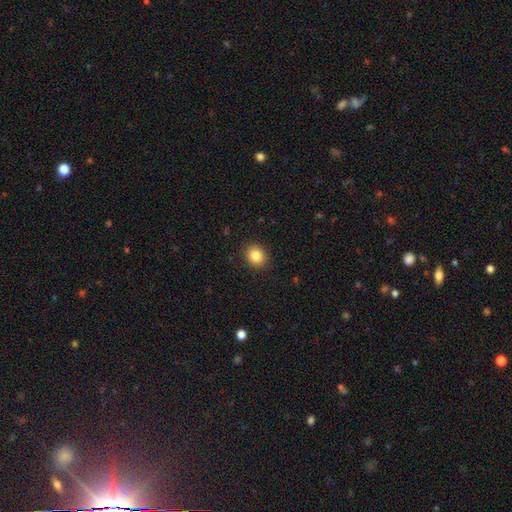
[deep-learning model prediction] Q: Smooth or featured?
A: smooth (84%); runner-up: star or artifact (10%)
Q: How rounded?
A: round (73%); runner-up: in between (26%)
Q: Merging?
A: none (91%); runner-up: minor disturbance (6%)